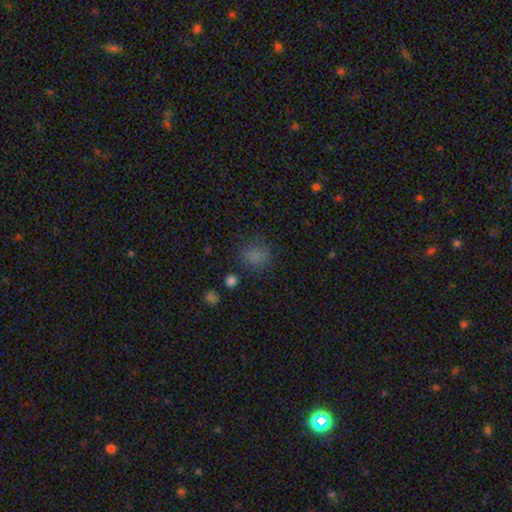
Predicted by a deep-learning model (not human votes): Smooth or featured? Predicted: smooth (p=0.77). How rounded? Predicted: round (p=0.78). Merging? Predicted: none (p=0.77).